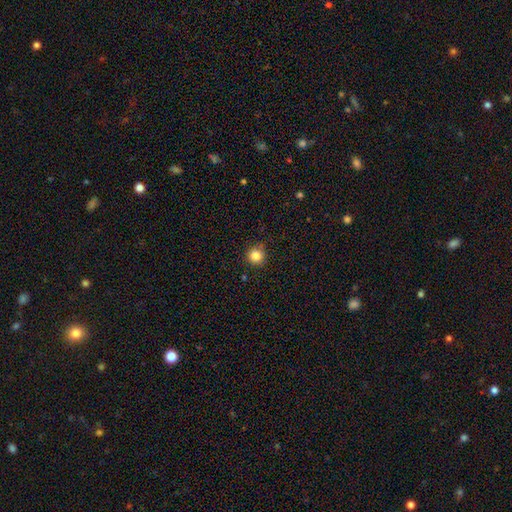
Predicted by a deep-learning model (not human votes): Overall: smooth (83%). How rounded: round (95%). Merging: none (88%).